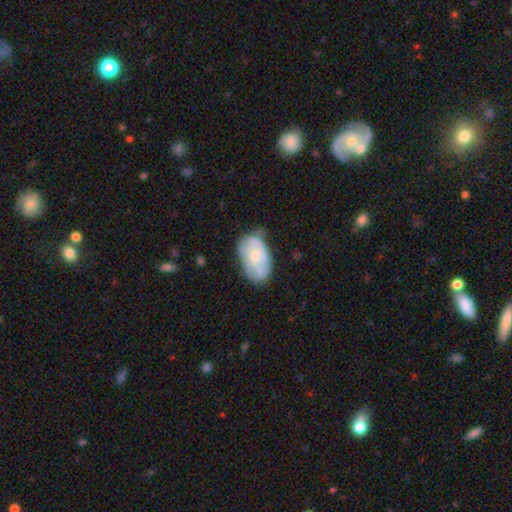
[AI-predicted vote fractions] The model was most divided on "smooth or featured": featured or disk: 50%, smooth: 43%, star or artifact: 6%. More confident: edge-on disk — no (95%); merging — none (54%).